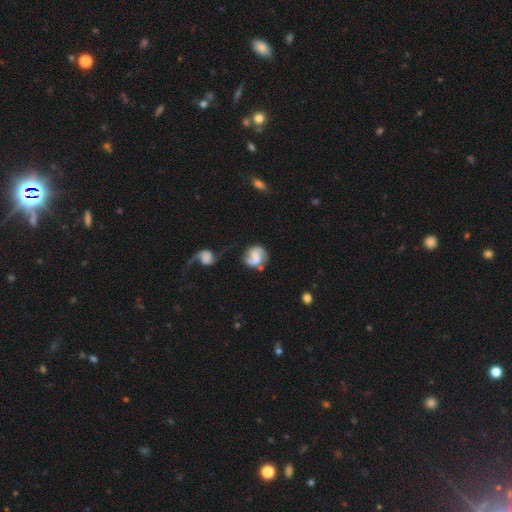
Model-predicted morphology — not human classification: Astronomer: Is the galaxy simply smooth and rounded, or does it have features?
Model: featured or disk — 66%.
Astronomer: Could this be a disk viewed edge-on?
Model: no — 98%.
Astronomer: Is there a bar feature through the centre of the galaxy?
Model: no — 42% (runner-up: weak, 41%).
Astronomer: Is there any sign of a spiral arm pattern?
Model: yes — 91%.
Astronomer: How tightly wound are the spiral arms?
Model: medium — 42% (runner-up: loose, 40%).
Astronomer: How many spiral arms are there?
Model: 2 — 86%.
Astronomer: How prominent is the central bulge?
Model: none — 45% (runner-up: small, 24%).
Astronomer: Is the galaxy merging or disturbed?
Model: none — 62%.